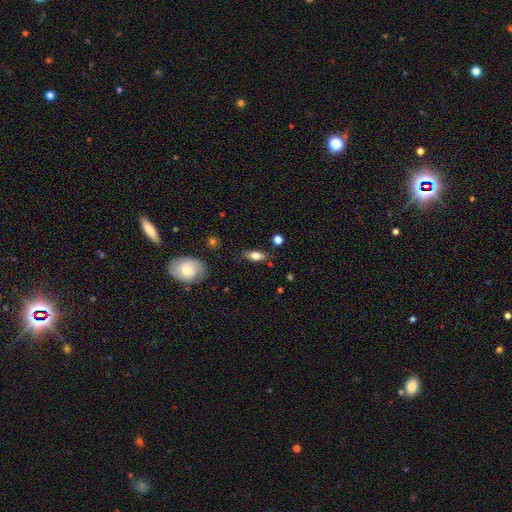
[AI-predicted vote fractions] A smooth galaxy with no disk features (70%) that is in between round and cigar-shaped (77%). Merging: none (77%).